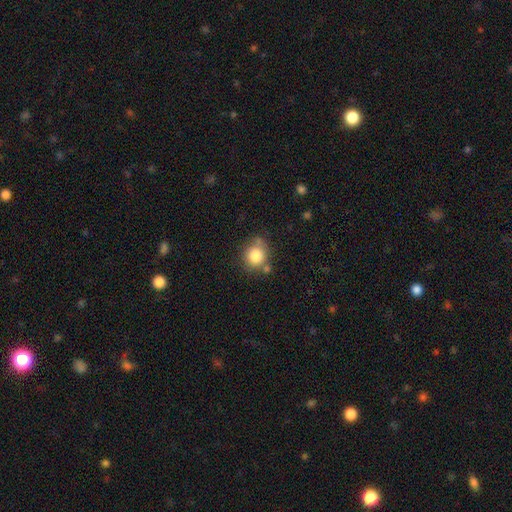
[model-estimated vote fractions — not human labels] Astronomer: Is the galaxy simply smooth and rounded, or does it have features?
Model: smooth — 83%.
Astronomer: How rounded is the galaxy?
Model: round — 81%.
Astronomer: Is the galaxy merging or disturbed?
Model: none — 61%.